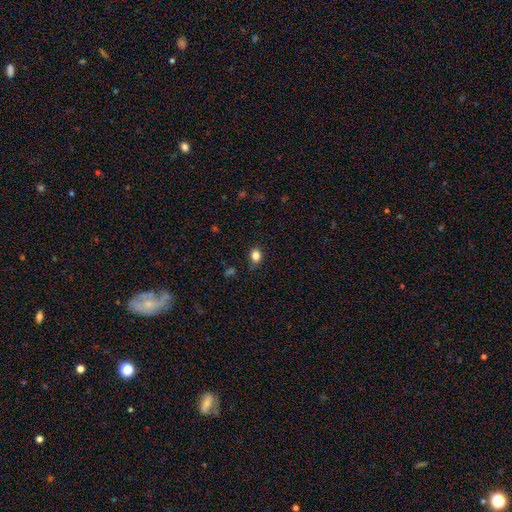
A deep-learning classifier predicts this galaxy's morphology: Smooth or featured?
  - smooth: 84% *
  - star or artifact: 11%
  - featured or disk: 5%
How rounded?
  - in between: 54% *
  - round: 45%
  - cigar-shaped: 1%
Merging?
  - none: 81% *
  - minor disturbance: 14%
  - major disturbance: 3%
  - merger: 1%